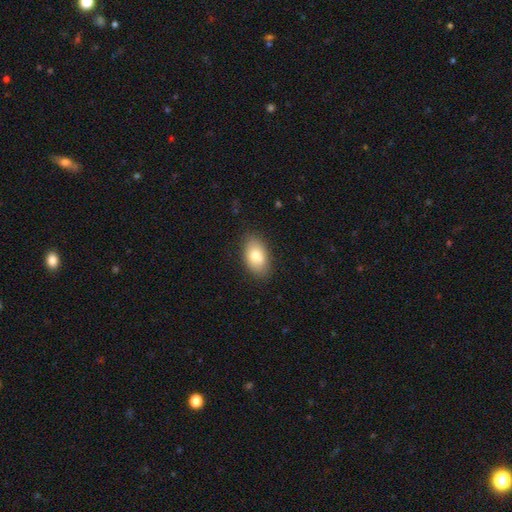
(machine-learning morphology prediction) Overall: smooth (79%). How rounded: in between (92%). Merging: none (84%).